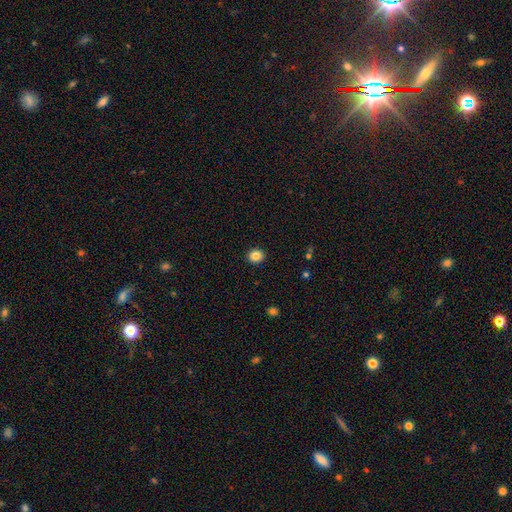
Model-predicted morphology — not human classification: type=smooth (86%); roundness=round (77%); merging=none (92%).